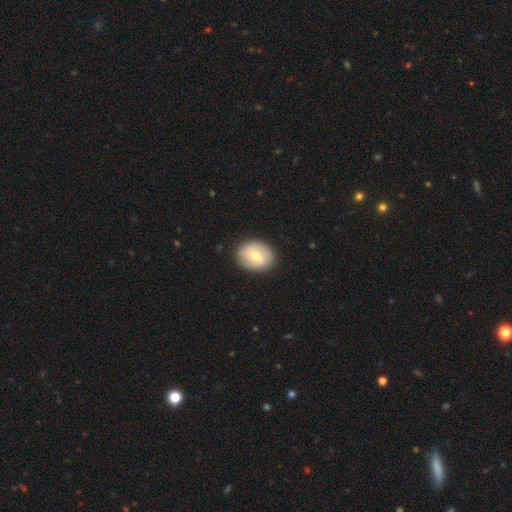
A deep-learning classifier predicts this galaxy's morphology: The model was most divided on "smooth or featured": smooth: 58%, featured or disk: 36%, star or artifact: 6%. More confident: merging — none (87%); how rounded — in between (61%).